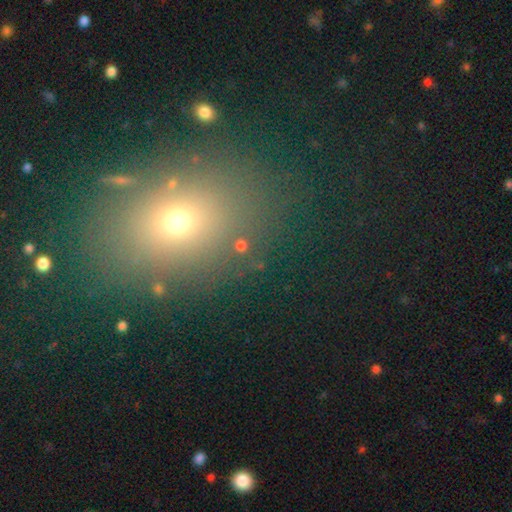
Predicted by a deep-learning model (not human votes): A smooth galaxy with no disk features (61%) that is in between round and cigar-shaped (60%).

Vote fractions:
- Smooth or featured? smooth: 61% / star or artifact: 27% / featured or disk: 12%
- How rounded? in between: 60% / round: 38% / cigar-shaped: 2%
- Merging? none: 82% / minor disturbance: 9% / major disturbance: 5% / merger: 4%